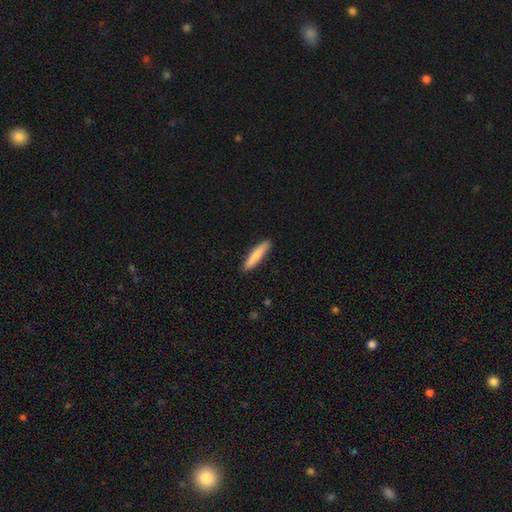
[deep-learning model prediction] smooth 83%, featured or disk 12%, star or artifact 5%. Down the decision tree: how rounded — cigar-shaped (87%); merging — none (89%).